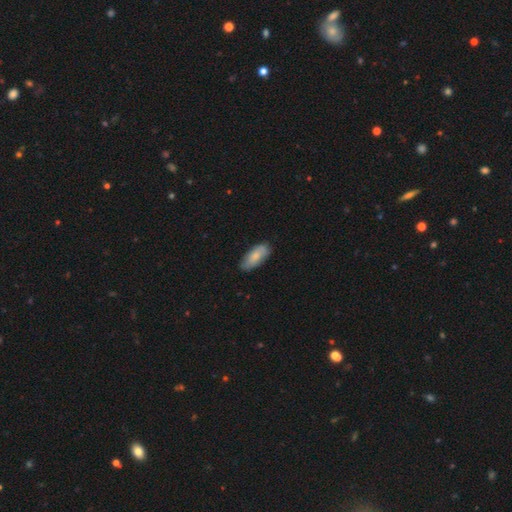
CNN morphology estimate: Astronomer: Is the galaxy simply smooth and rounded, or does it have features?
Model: smooth — 81%.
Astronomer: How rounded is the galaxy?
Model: in between — 86%.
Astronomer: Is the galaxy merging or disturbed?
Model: none — 81%.